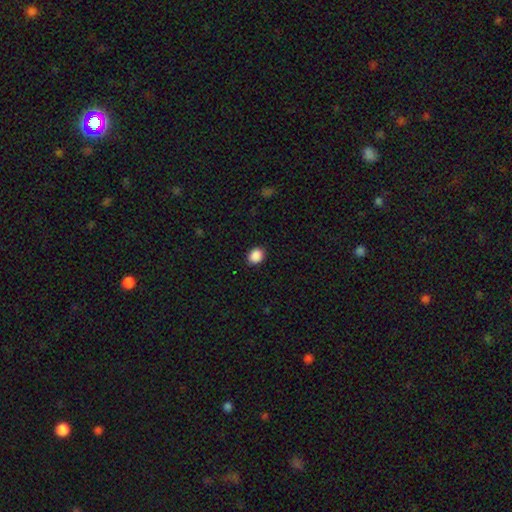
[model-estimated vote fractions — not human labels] Smooth or featured? Predicted: smooth (p=0.89). How rounded? Predicted: round (p=0.56). Merging? Predicted: none (p=0.90).